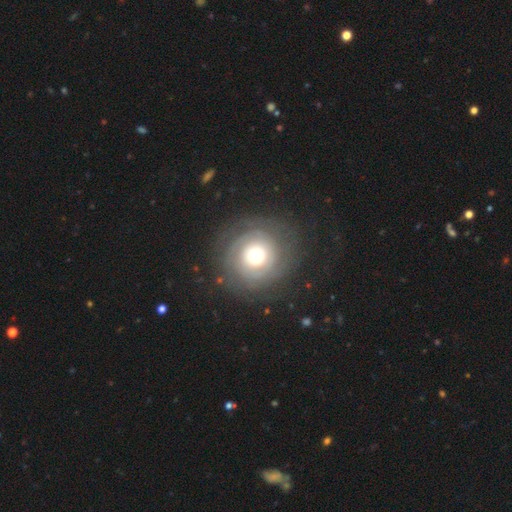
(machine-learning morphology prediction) Q: Smooth or featured?
A: featured or disk (62%); runner-up: smooth (29%)
Q: Edge-on disk?
A: no (97%); runner-up: yes (3%)
Q: Bar?
A: no (86%); runner-up: weak (10%)
Q: Spiral arms?
A: yes (72%); runner-up: no (28%)
Q: Bulge size?
A: moderate (60%); runner-up: large (23%)
Q: Merging?
A: none (78%); runner-up: minor disturbance (12%)